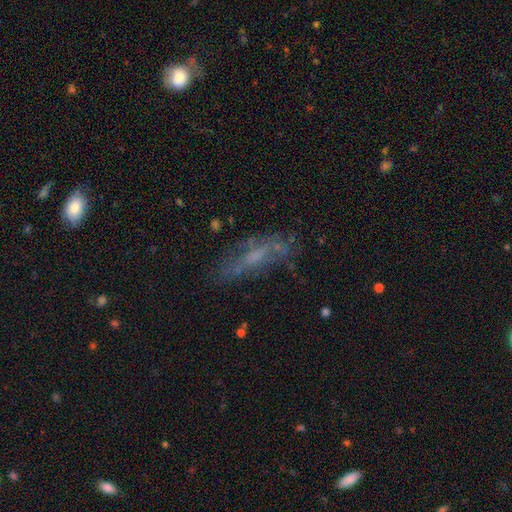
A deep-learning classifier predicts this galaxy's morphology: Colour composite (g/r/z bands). It shows a featured or disk galaxy (48%). Merging: none (53%).